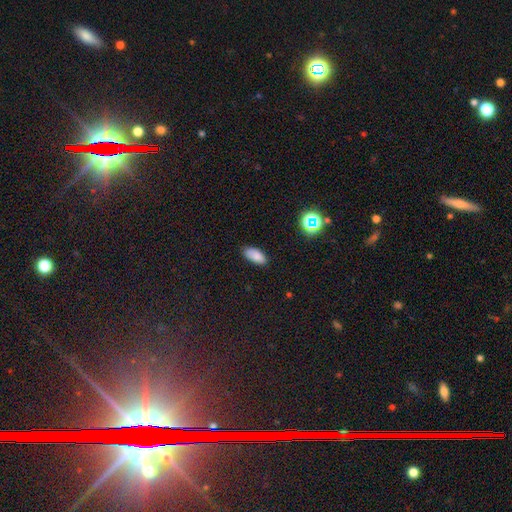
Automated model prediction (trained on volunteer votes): Smooth or featured?
  - smooth: 84% *
  - star or artifact: 11%
  - featured or disk: 5%
How rounded?
  - in between: 89% *
  - cigar-shaped: 9%
  - round: 3%
Merging?
  - none: 83% *
  - minor disturbance: 13%
  - major disturbance: 3%
  - merger: 1%